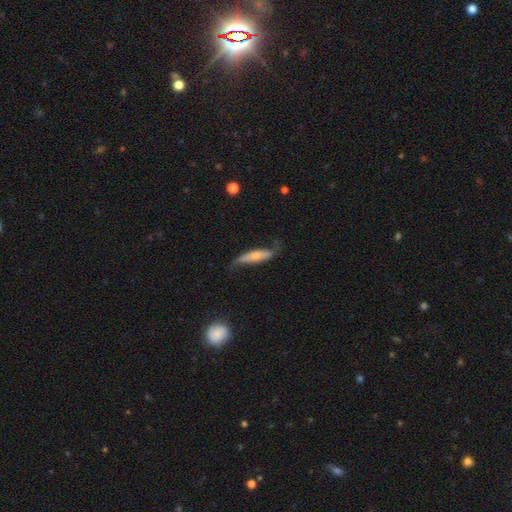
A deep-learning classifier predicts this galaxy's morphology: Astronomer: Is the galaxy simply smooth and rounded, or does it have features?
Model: smooth — 50% (runner-up: featured or disk, 44%).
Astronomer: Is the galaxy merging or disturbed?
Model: none — 56%.